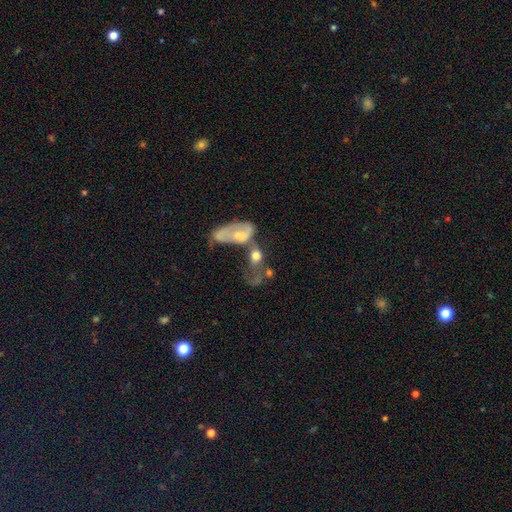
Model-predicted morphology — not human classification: Smooth or featured?
  - smooth: 51% *
  - featured or disk: 39%
  - star or artifact: 10%
How rounded?
  - in between: 74% *
  - round: 21%
  - cigar-shaped: 5%
Merging?
  - merger: 57% *
  - major disturbance: 17%
  - none: 15%
  - minor disturbance: 10%